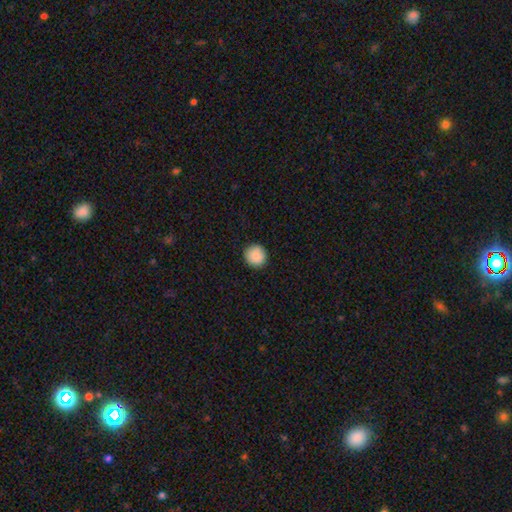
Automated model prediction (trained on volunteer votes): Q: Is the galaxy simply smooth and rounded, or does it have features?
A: smooth — 89%.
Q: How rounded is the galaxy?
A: round — 95%.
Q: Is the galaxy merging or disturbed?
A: none — 92%.